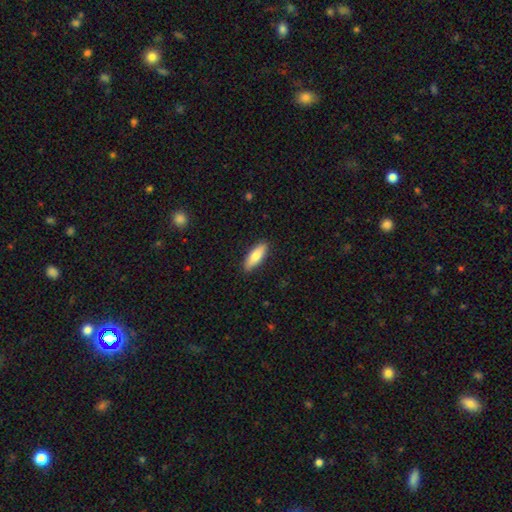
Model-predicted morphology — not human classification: This is likely a smooth galaxy (77%). How rounded: likely in between (61%). Merging: clearly none (89%).